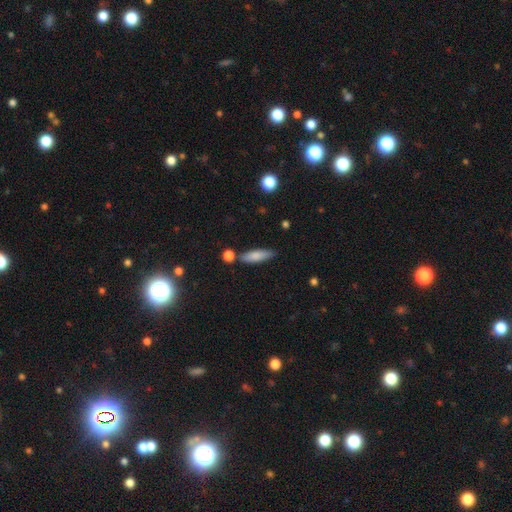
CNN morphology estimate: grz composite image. It shows a smooth galaxy with no disk features (80%) that is cigar-shaped (56%). Merging: none (75%).